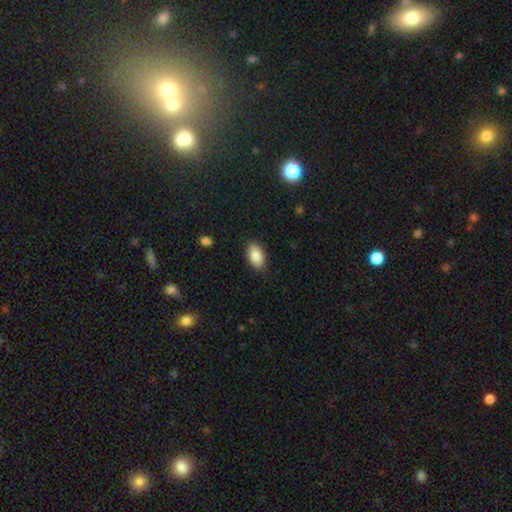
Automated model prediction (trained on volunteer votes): Q: Smooth or featured?
A: smooth (88%); runner-up: star or artifact (7%)
Q: How rounded?
A: in between (93%); runner-up: round (5%)
Q: Merging?
A: none (87%); runner-up: minor disturbance (10%)